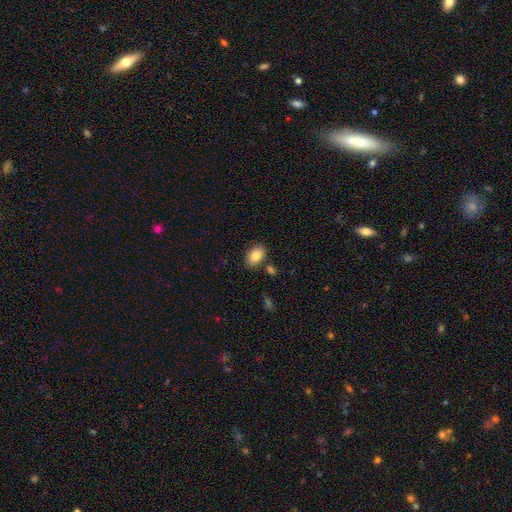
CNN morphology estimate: A smooth galaxy with no disk features (84%) that is in between round and cigar-shaped (83%). Merging: none (81%).